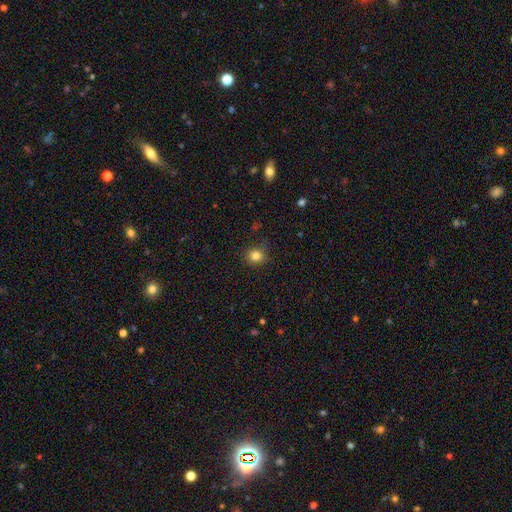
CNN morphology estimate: This is clearly a smooth galaxy (82%). How rounded: clearly round (87%). Merging: clearly none (85%).